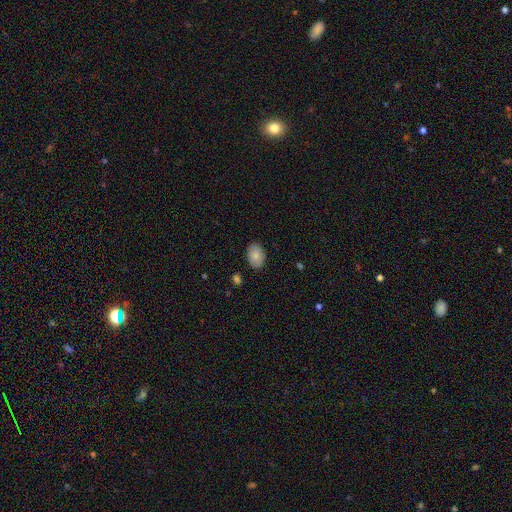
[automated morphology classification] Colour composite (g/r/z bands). It shows a smooth galaxy with no disk features (82%) that is in between round and cigar-shaped (86%). Merging: none (87%).